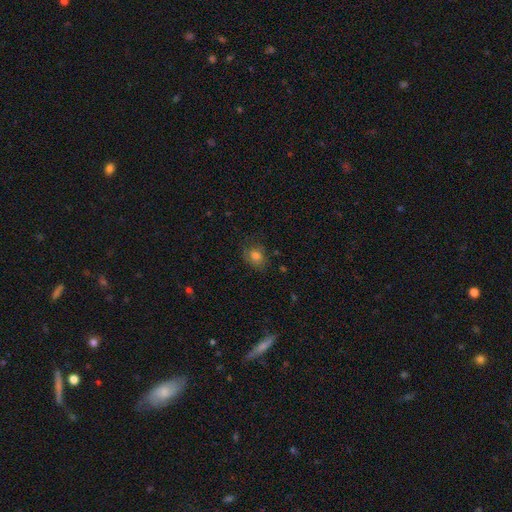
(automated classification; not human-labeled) Smooth or featured?
  - smooth: 75% *
  - featured or disk: 13%
  - star or artifact: 12%
How rounded?
  - round: 51% *
  - in between: 48%
  - cigar-shaped: 1%
Merging?
  - none: 68% *
  - minor disturbance: 23%
  - major disturbance: 8%
  - merger: 2%